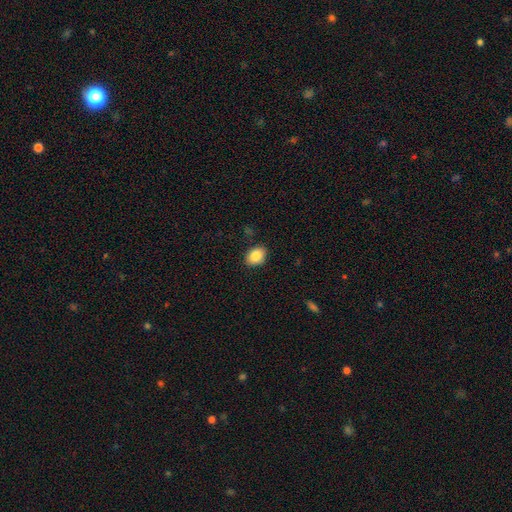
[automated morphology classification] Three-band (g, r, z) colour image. It shows a smooth galaxy with no disk features (86%) that is in between round and cigar-shaped (68%). Merging: none (87%).